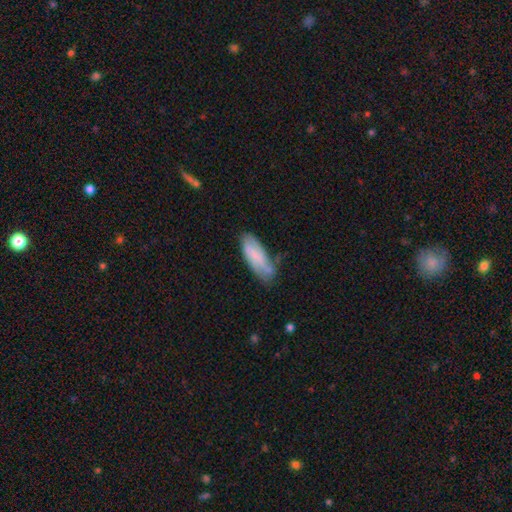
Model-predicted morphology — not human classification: smooth_or_featured: smooth (p=0.71) [alt: featured or disk p=0.22]
how_rounded: in between (p=0.68) [alt: cigar-shaped p=0.31]
merging: none (p=0.49) [alt: minor disturbance p=0.34]